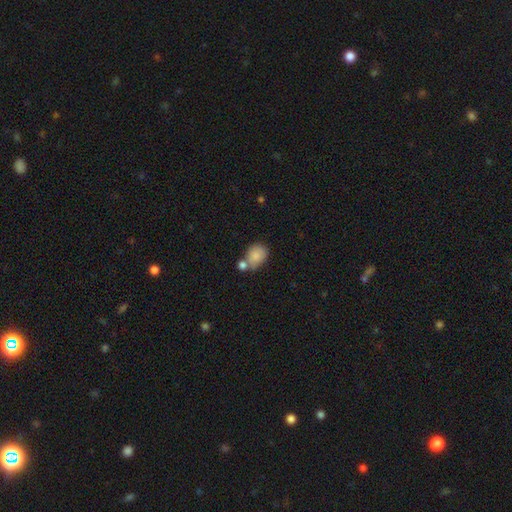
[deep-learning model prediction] Smooth or featured?
  - smooth: 83% *
  - featured or disk: 8%
  - star or artifact: 8%
How rounded?
  - in between: 57% *
  - round: 42%
  - cigar-shaped: 1%
Merging?
  - none: 45% *
  - merger: 34%
  - minor disturbance: 16%
  - major disturbance: 5%